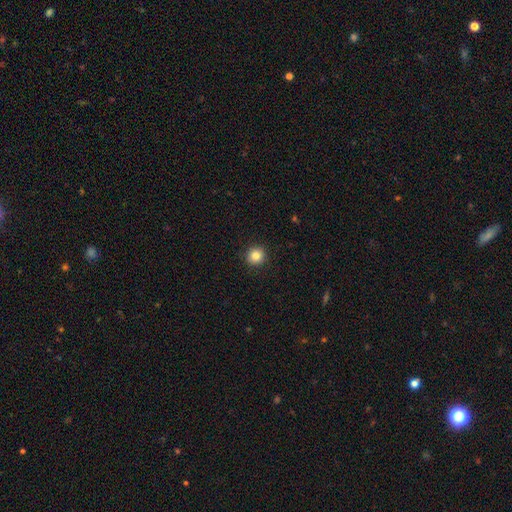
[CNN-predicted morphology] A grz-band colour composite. It shows a smooth galaxy with no disk features (84%) that is round (93%). Merging: none (92%).